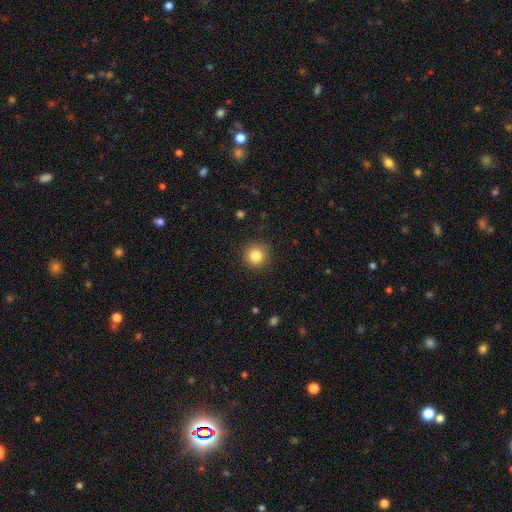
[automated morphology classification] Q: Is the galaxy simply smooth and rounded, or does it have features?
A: smooth — 84%.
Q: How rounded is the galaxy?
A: round — 94%.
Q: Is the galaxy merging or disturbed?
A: none — 90%.